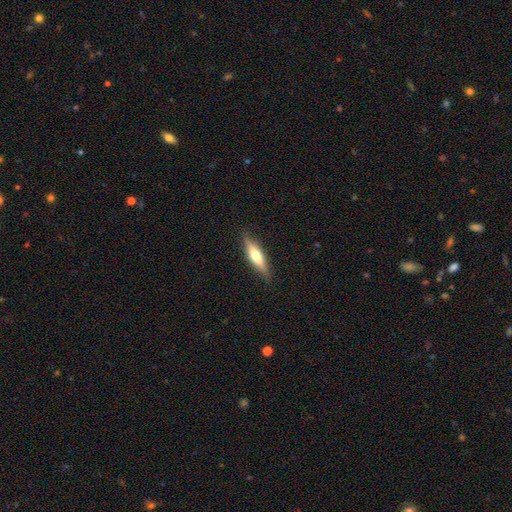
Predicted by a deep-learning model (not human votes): A smooth galaxy with no disk features (48%).

Vote fractions:
- Smooth or featured? smooth: 48% / featured or disk: 47% / star or artifact: 6%
- Merging? none: 86% / minor disturbance: 11% / major disturbance: 2% / merger: 1%